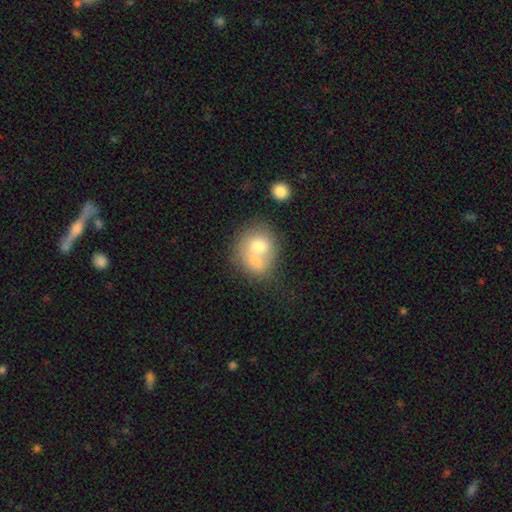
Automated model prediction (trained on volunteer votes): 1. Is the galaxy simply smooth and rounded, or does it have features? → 65% smooth, 26% featured or disk, 9% star or artifact.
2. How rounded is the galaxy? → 70% round, 29% in between, 1% cigar-shaped.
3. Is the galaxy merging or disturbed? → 64% merger, 25% none, 8% minor disturbance, 4% major disturbance.